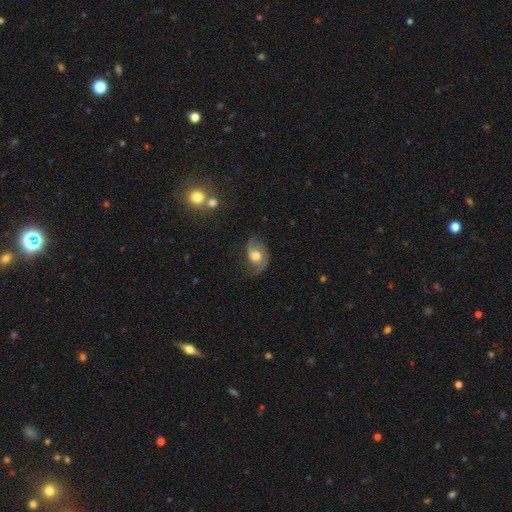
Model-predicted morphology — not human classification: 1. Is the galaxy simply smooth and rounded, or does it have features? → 63% featured or disk, 29% smooth, 8% star or artifact.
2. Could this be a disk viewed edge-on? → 96% no, 4% yes.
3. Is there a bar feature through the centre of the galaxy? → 67% no, 27% weak, 5% strong.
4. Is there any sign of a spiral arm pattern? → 89% yes, 11% no.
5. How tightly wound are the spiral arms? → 41% medium, 39% loose, 20% tight.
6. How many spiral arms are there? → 75% 2, 15% 1, 7% can't tell, 1% 3, 1% 4, 1% more than 4.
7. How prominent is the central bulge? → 67% moderate, 19% large, 11% small, 2% none, 2% dominant.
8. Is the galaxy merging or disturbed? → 56% none, 26% minor disturbance, 16% major disturbance, 2% merger.